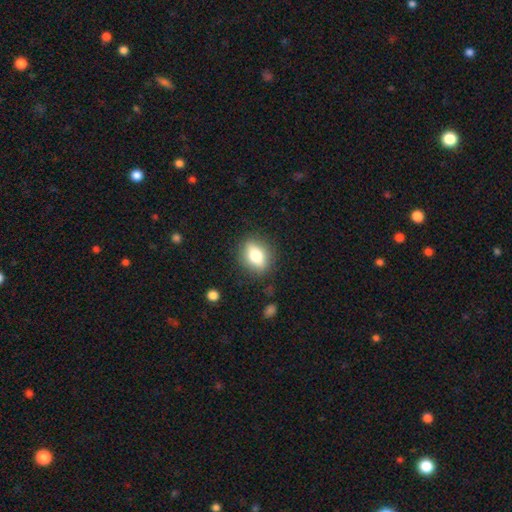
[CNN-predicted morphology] smooth 69%, featured or disk 23%, star or artifact 9%. Down the decision tree: how rounded — in between (63%); merging — none (85%).